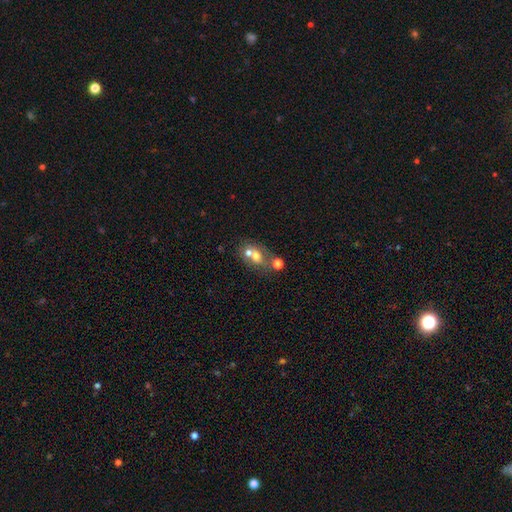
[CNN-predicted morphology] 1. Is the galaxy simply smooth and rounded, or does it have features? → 58% smooth, 28% featured or disk, 14% star or artifact.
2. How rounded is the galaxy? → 53% in between, 45% round, 2% cigar-shaped.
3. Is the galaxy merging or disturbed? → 50% merger, 34% none, 10% minor disturbance, 6% major disturbance.